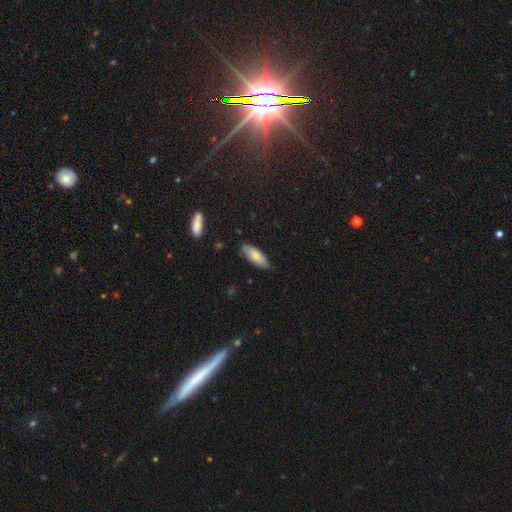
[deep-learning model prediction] smooth_or_featured: smooth (p=0.77) [alt: featured or disk p=0.17]
how_rounded: in between (p=0.77) [alt: cigar-shaped p=0.21]
merging: none (p=0.71) [alt: minor disturbance p=0.24]